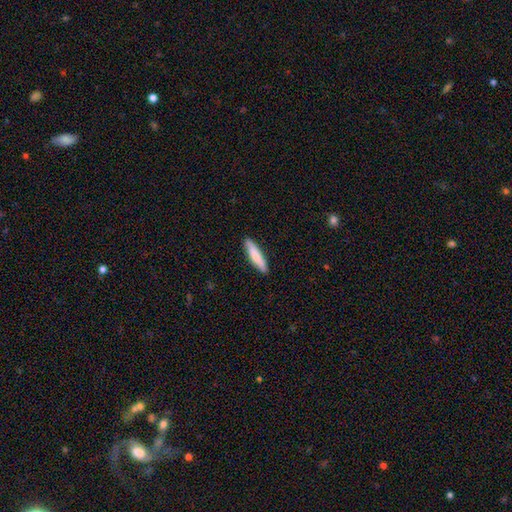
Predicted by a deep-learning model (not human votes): This is likely a smooth galaxy (79%). How rounded: clearly cigar-shaped (86%). Merging: clearly none (89%).